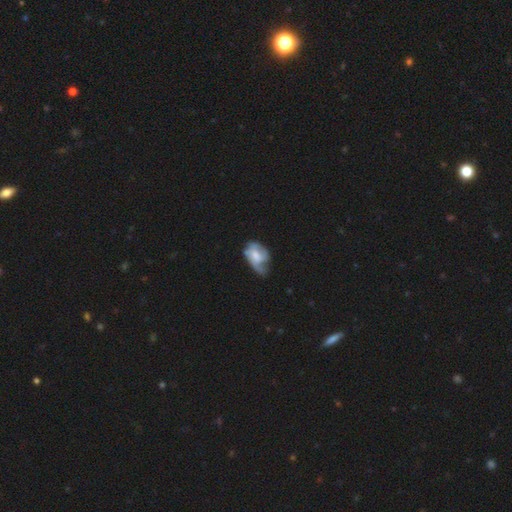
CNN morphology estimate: Smooth or featured?
  - featured or disk: 49% *
  - smooth: 44%
  - star or artifact: 7%
Merging?
  - minor disturbance: 34% *
  - major disturbance: 32%
  - none: 30%
  - merger: 4%